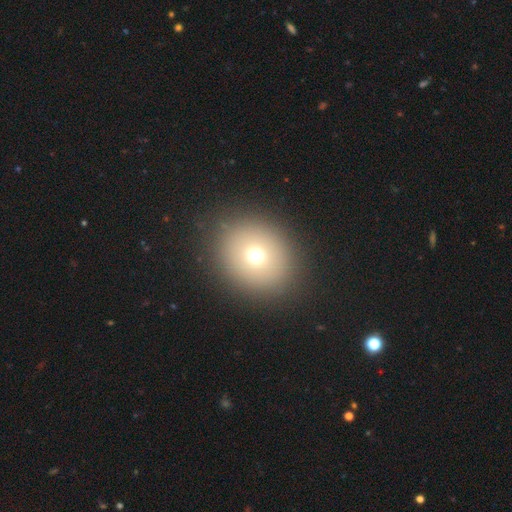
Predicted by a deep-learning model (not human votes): smooth-or-featured: smooth: 68% | star or artifact: 17% | featured or disk: 15%
  how-rounded: round: 71% | in between: 28% | cigar-shaped: 1%
  merging: none: 88% | minor disturbance: 7% | major disturbance: 4% | merger: 1%